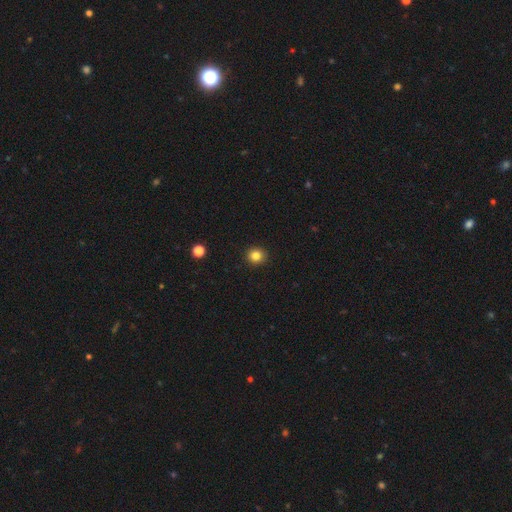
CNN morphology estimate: Smooth or featured? Predicted: smooth (p=0.84). How rounded? Predicted: round (p=0.89). Merging? Predicted: none (p=0.91).